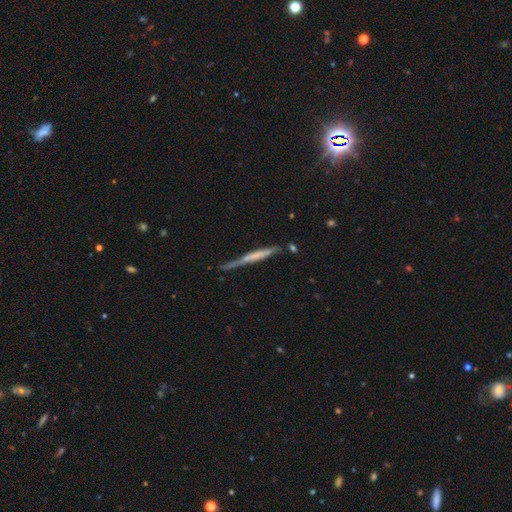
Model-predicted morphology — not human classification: featured or disk 54%, smooth 39%, star or artifact 6%. Down the decision tree: edge-on disk — yes (93%); edge-on bulge — none (68%); merging — none (64%).